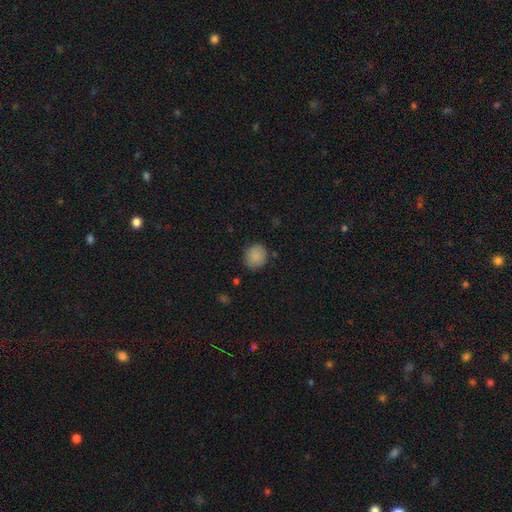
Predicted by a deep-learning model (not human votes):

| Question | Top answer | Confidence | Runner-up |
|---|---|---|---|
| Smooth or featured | smooth | 87% | star or artifact (8%) |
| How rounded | round | 76% | in between (23%) |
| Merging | none | 82% | minor disturbance (13%) |